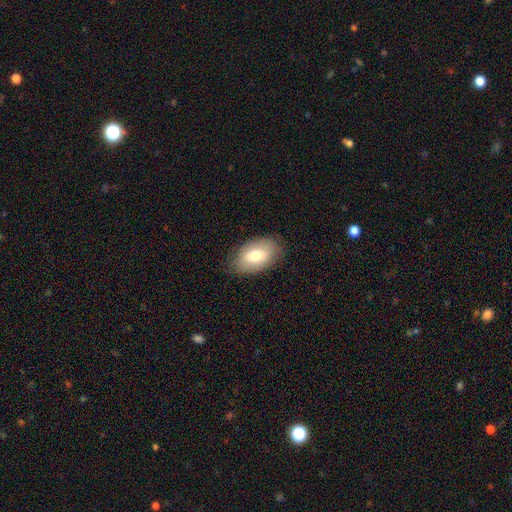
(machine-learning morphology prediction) Smooth or featured?
  - smooth: 74% *
  - featured or disk: 19%
  - star or artifact: 7%
How rounded?
  - in between: 92% *
  - round: 7%
  - cigar-shaped: 1%
Merging?
  - none: 83% *
  - minor disturbance: 13%
  - major disturbance: 3%
  - merger: 1%